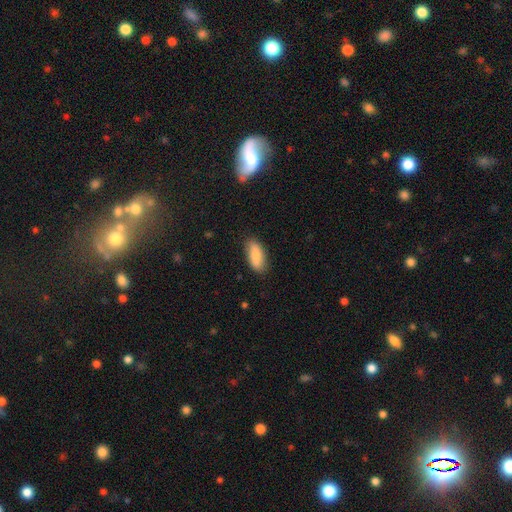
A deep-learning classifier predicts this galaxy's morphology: smooth-or-featured: smooth: 84% | featured or disk: 10% | star or artifact: 6%
  how-rounded: in between: 82% | cigar-shaped: 16% | round: 2%
  merging: none: 83% | minor disturbance: 13% | major disturbance: 3% | merger: 1%